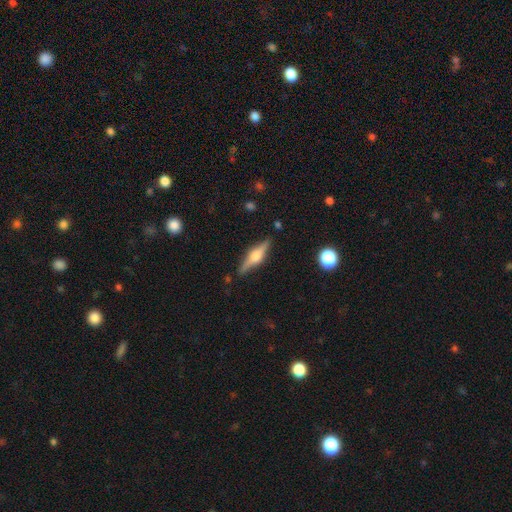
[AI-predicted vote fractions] A featured or disk galaxy (69%) viewed edge-on (97%) with a rounded central bulge (86%). Merging: none (86%).